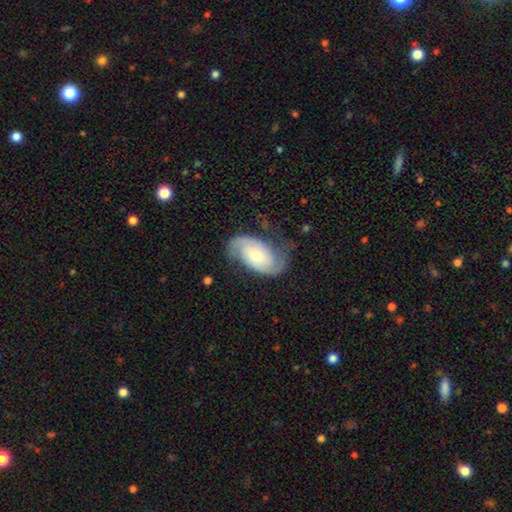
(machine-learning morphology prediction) featured or disk 84%, smooth 11%, star or artifact 5%. Down the decision tree: edge-on disk — no (97%); bar — no (65%); spiral arms — yes (97%); spiral arm count — 2 (91%); spiral winding — medium (45%); bulge size — small (45%); merging — none (68%).